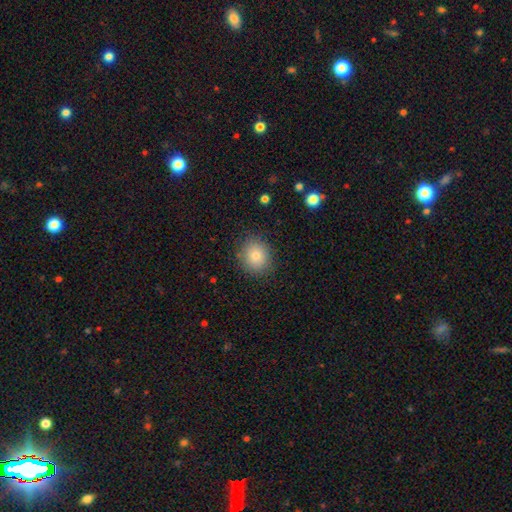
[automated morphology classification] Smooth or featured? Predicted: smooth (p=0.80). How rounded? Predicted: round (p=0.77). Merging? Predicted: none (p=0.88).